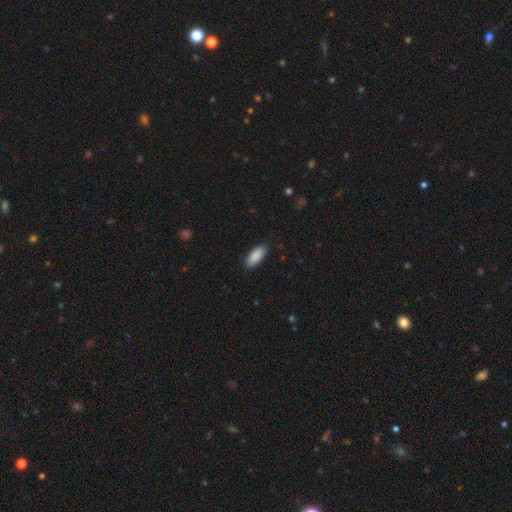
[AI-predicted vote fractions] Smooth or featured? Predicted: smooth (p=0.90). How rounded? Predicted: in between (p=0.83). Merging? Predicted: none (p=0.87).